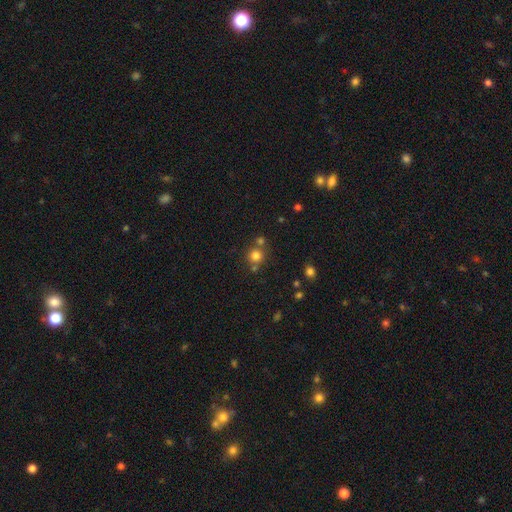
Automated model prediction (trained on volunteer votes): Smooth or featured? smooth (77%)
How rounded? round (91%)
Merging? none (67%)